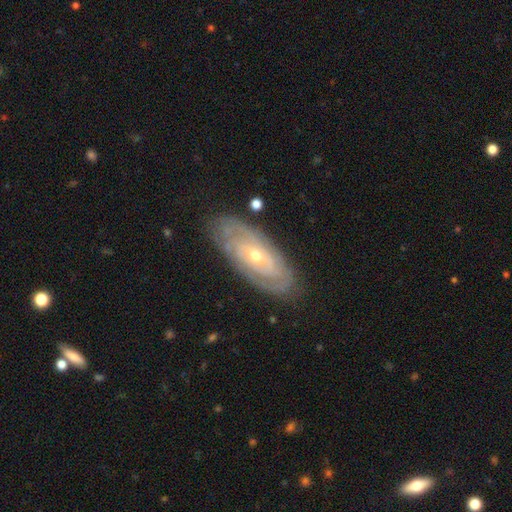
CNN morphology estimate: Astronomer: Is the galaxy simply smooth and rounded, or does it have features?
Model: featured or disk — 81%.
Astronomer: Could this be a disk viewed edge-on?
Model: no — 89%.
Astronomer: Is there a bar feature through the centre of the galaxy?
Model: no — 68%.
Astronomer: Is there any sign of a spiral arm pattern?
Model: yes — 86%.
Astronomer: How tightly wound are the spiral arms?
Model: tight — 77%.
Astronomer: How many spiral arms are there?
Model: can't tell — 47% (runner-up: 2, 29%).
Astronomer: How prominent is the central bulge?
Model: small — 50% (runner-up: moderate, 47%).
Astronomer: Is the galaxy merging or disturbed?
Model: none — 82%.